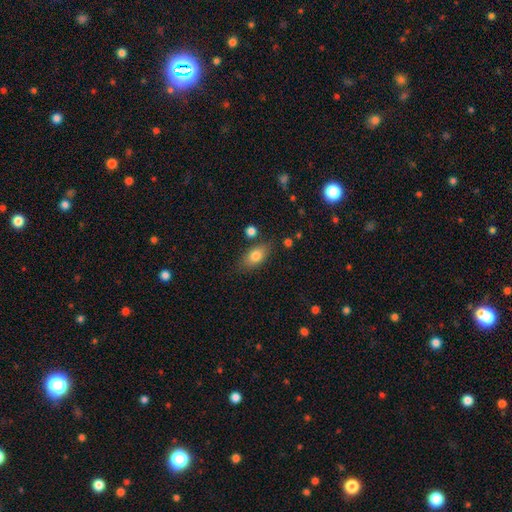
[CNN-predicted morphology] smooth-or-featured: smooth: 80% | featured or disk: 12% | star or artifact: 8%
  how-rounded: in between: 84% | round: 11% | cigar-shaped: 5%
  merging: none: 74% | minor disturbance: 16% | merger: 5% | major disturbance: 4%